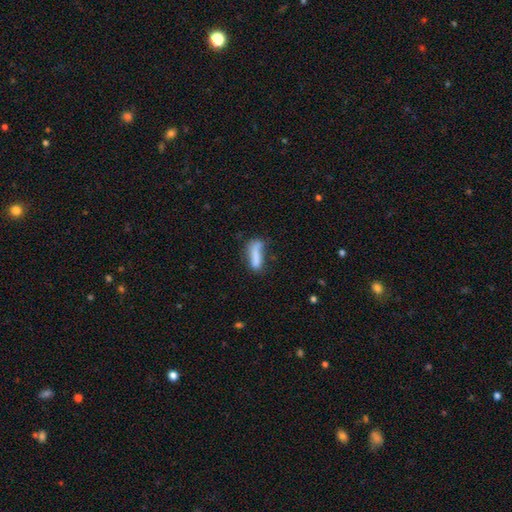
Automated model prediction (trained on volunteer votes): Smooth or featured? smooth (72%)
How rounded? cigar-shaped (61%)
Merging? none (44%)